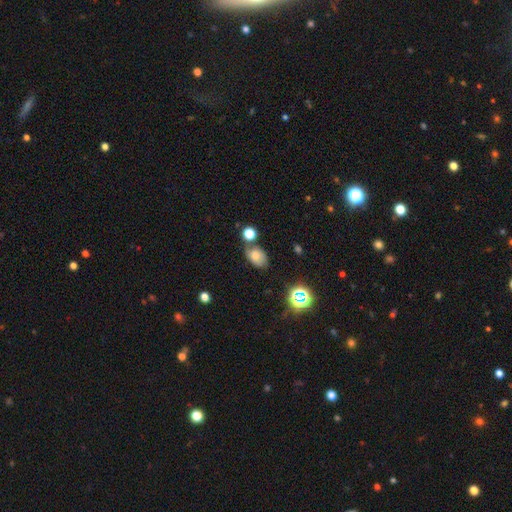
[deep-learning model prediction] Overall: smooth (69%). How rounded: in between (81%). Merging: none (58%; minor disturbance 22%).